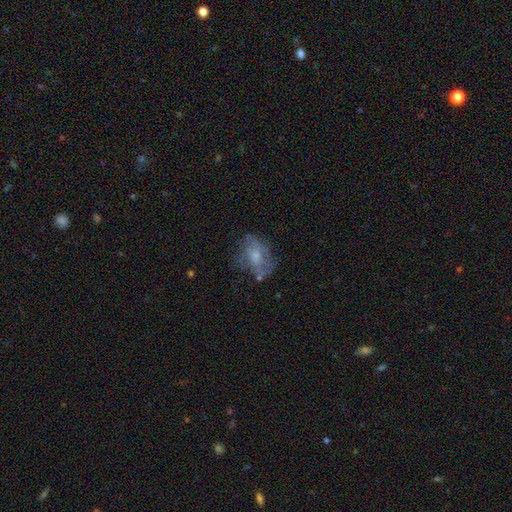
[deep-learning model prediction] Smooth or featured? featured or disk (55%)
Edge-on disk? no (96%)
Bar? no (74%)
Spiral arms? yes (52%)
Bulge size? small (48%)
Merging? none (50%)